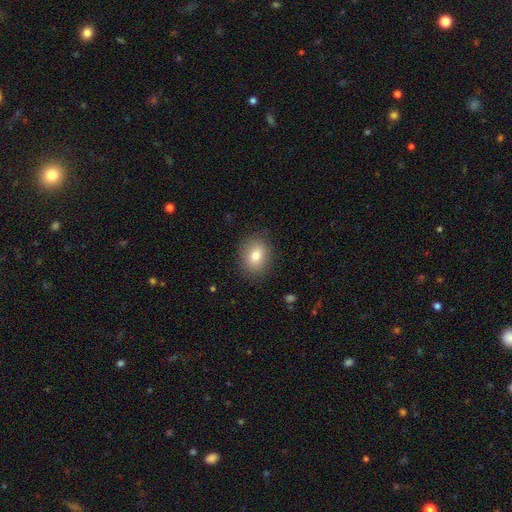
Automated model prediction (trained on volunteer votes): smooth_or_featured: smooth (p=0.79) [alt: featured or disk p=0.12]
how_rounded: in between (p=0.59) [alt: round p=0.40]
merging: none (p=0.85) [alt: minor disturbance p=0.11]